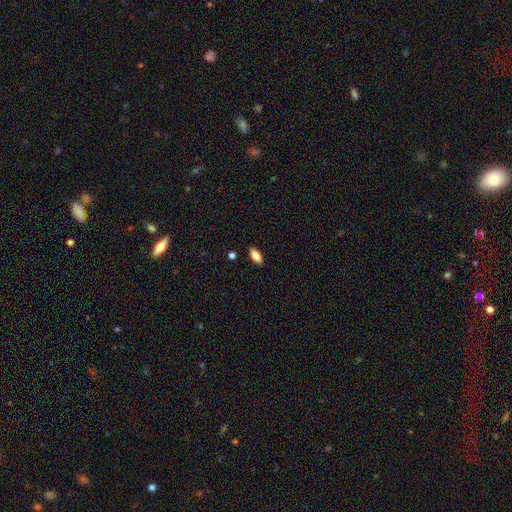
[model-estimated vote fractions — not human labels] Q: Smooth or featured?
A: smooth (81%); runner-up: featured or disk (12%)
Q: How rounded?
A: in between (84%); runner-up: cigar-shaped (14%)
Q: Merging?
A: none (88%); runner-up: minor disturbance (9%)